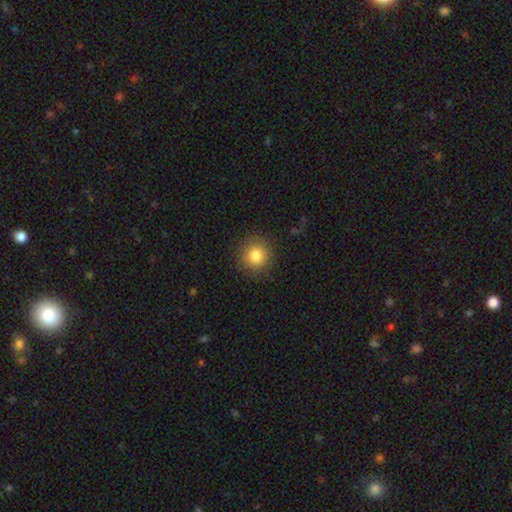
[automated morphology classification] A smooth galaxy with no disk features (83%) that is round (92%). Merging: none (86%).